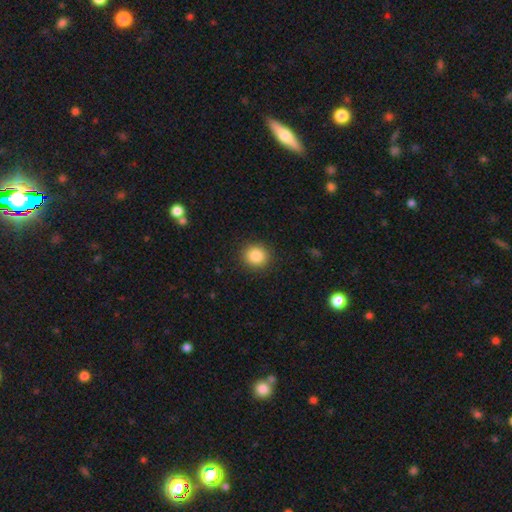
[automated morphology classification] smooth 86%, star or artifact 9%, featured or disk 4%. Down the decision tree: how rounded — round (87%); merging — none (90%).